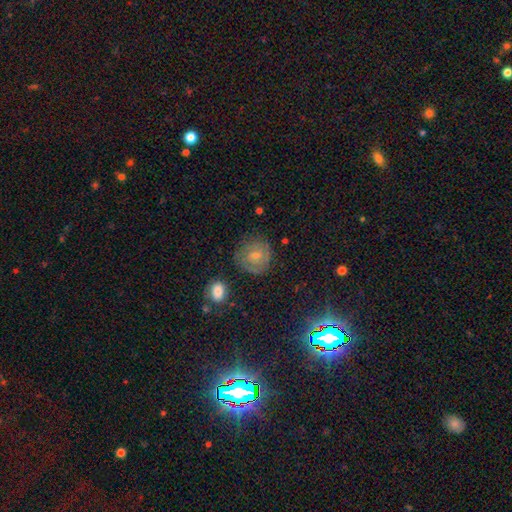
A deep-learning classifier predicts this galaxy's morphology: smooth-or-featured: featured or disk: 38% | smooth: 37% | star or artifact: 24%
  merging: none: 79% | minor disturbance: 14% | major disturbance: 5% | merger: 2%